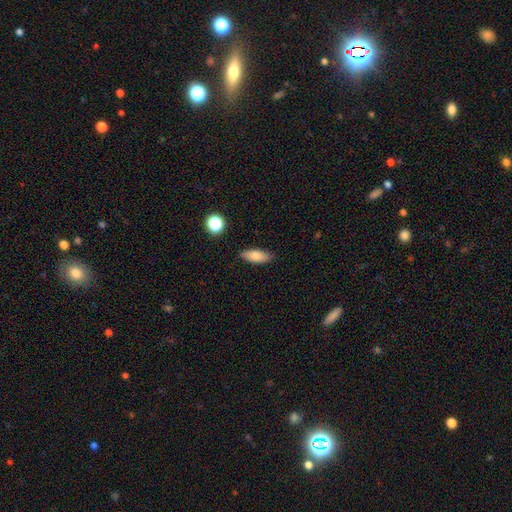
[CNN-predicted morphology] This appears to be a smooth galaxy with no disk features (79%) that is in between round and cigar-shaped (78%). Merging: none (85%).